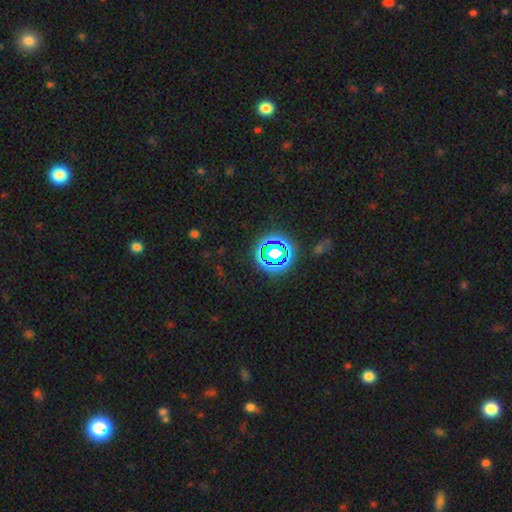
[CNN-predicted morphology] Smooth or featured? star or artifact (75%)